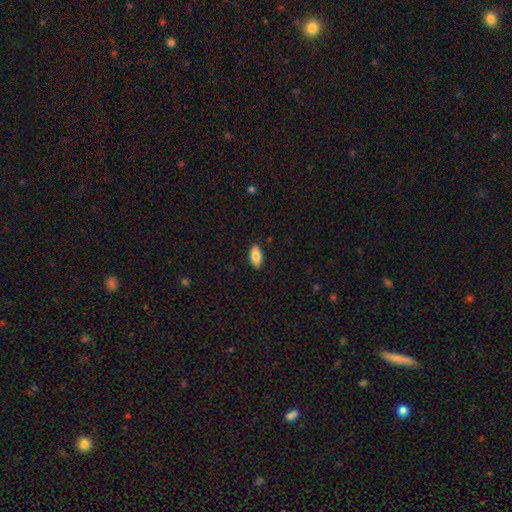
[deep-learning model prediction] Morphology: type=smooth (83%); roundness=in between (89%); merging=none (88%).